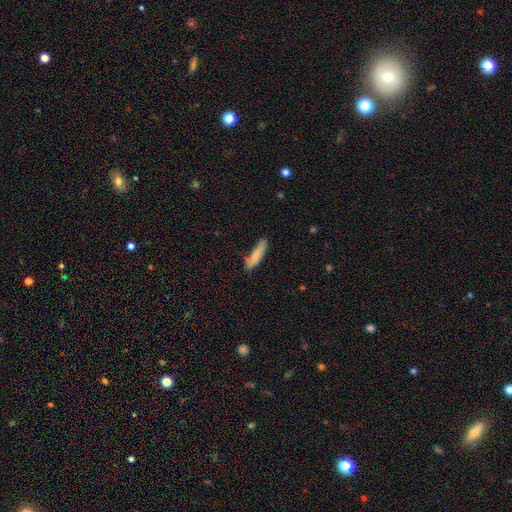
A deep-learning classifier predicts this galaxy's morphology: Smooth or featured? smooth (78%)
How rounded? cigar-shaped (76%)
Merging? none (71%)